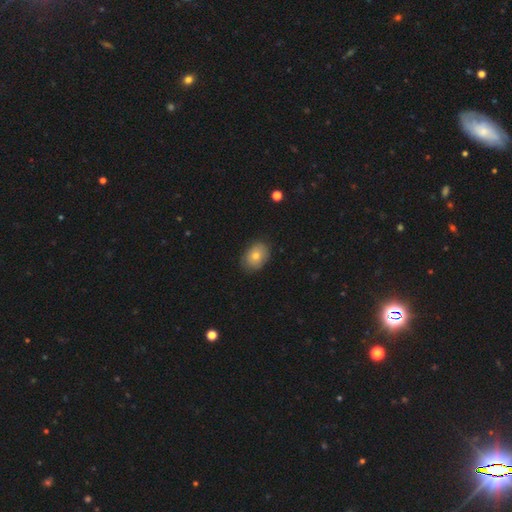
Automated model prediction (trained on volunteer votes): A smooth galaxy with no disk features (73%) that is in between round and cigar-shaped (73%). Merging: none (84%).